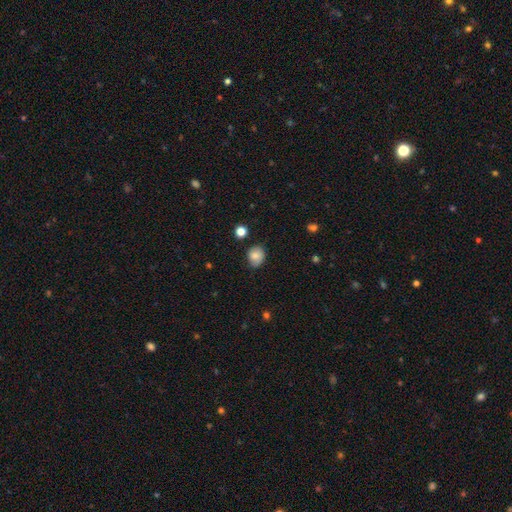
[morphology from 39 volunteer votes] Smooth or featured? smooth (77%)
How rounded? round (80%)
Merging? none (58%)